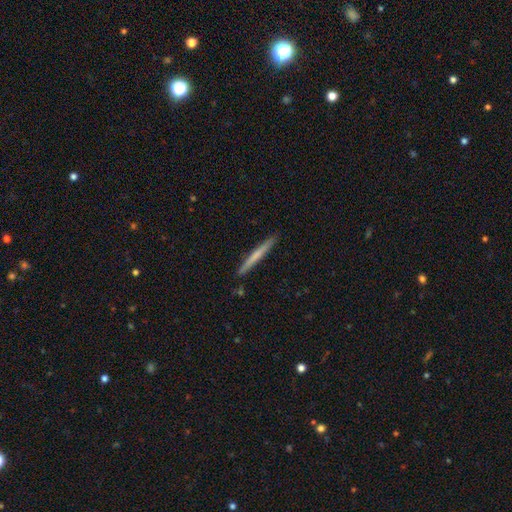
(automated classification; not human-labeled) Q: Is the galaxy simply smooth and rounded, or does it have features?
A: smooth — 53%.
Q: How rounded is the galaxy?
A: cigar-shaped — 97%.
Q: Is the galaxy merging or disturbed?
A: none — 91%.